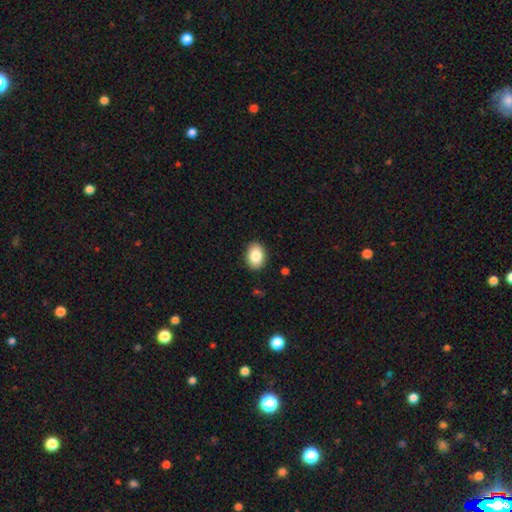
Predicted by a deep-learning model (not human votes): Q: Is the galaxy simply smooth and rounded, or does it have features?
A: smooth — 85%.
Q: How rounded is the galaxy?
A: in between — 75%.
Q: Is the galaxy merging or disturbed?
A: none — 90%.